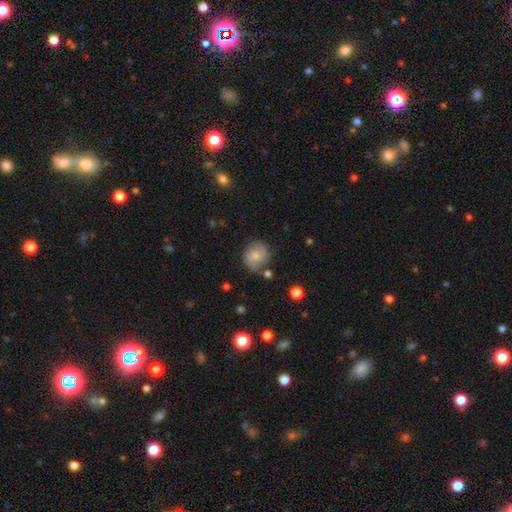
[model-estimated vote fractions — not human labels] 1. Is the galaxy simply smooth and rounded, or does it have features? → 49% smooth, 43% featured or disk, 9% star or artifact.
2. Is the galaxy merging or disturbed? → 67% none, 21% minor disturbance, 7% major disturbance, 5% merger.